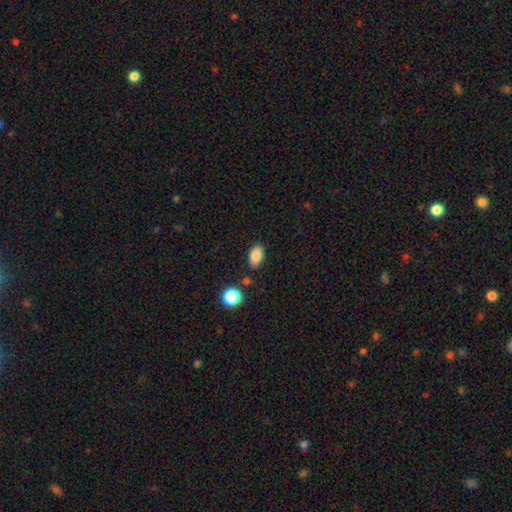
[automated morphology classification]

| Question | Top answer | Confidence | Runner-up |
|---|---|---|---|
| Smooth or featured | smooth | 86% | star or artifact (9%) |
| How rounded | in between | 90% | round (8%) |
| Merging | none | 79% | minor disturbance (13%) |